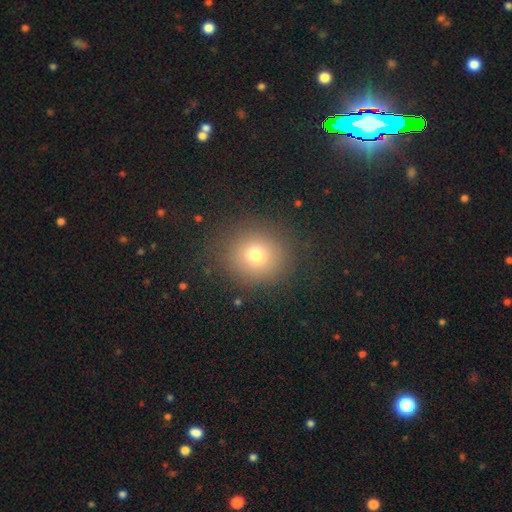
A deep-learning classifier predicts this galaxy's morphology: Q: Smooth or featured?
A: smooth (73%); runner-up: star or artifact (16%)
Q: How rounded?
A: round (89%); runner-up: in between (10%)
Q: Merging?
A: none (86%); runner-up: minor disturbance (8%)